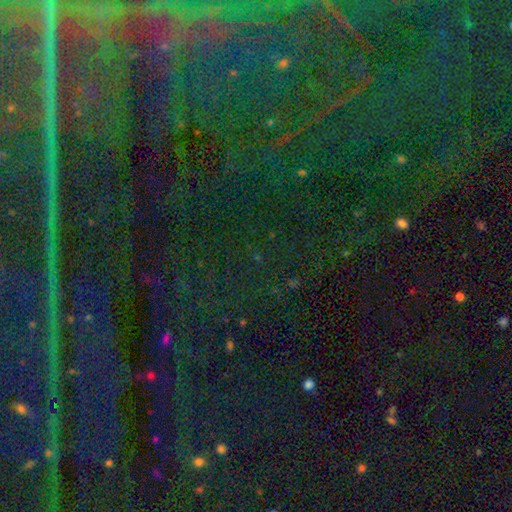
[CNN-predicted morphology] Smooth or featured? Predicted: star or artifact (p=0.81).